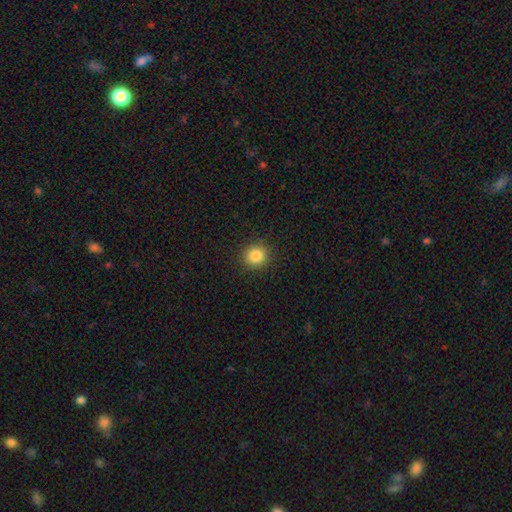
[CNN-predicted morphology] Smooth or featured? smooth (84%)
How rounded? round (89%)
Merging? none (91%)